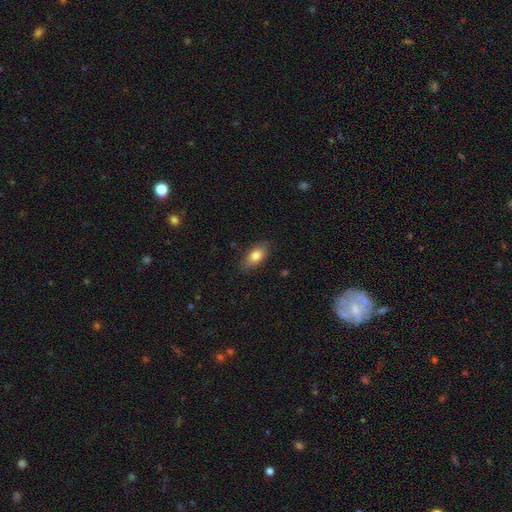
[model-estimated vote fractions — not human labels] smooth 81%, featured or disk 12%, star or artifact 7%. Down the decision tree: how rounded — in between (88%); merging — none (84%).